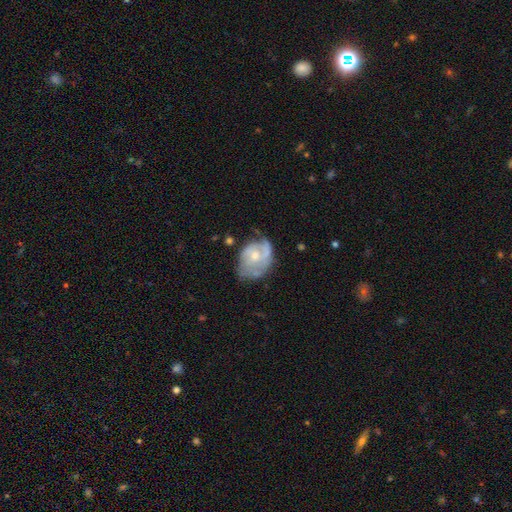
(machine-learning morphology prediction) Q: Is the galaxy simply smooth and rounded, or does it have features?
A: featured or disk — 70%.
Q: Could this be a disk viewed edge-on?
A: no — 97%.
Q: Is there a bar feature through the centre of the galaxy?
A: no — 75%.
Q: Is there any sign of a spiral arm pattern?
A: yes — 78%.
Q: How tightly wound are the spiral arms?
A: tight — 47%.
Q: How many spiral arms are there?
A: can't tell — 36%.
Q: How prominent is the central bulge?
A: moderate — 49%.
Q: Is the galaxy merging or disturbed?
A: none — 50%.